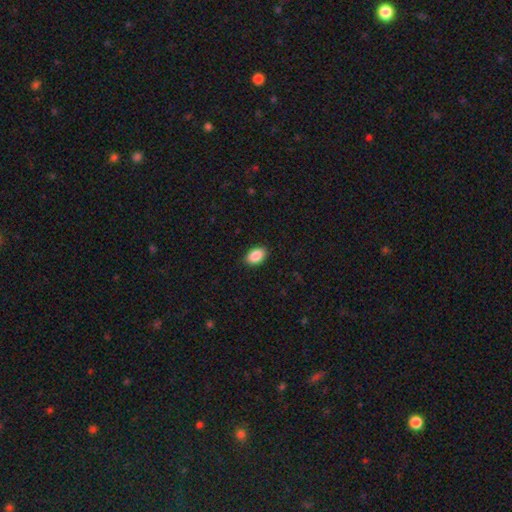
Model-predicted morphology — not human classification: This is clearly a smooth galaxy (89%). How rounded: clearly in between (90%). Merging: clearly none (88%).